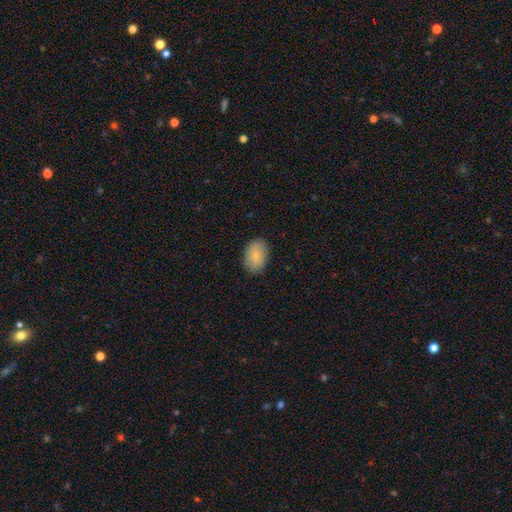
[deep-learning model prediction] The model was most divided on "how rounded": in between: 85%, round: 14%, cigar-shaped: 1%. More confident: merging — none (85%); smooth or featured — smooth (83%).